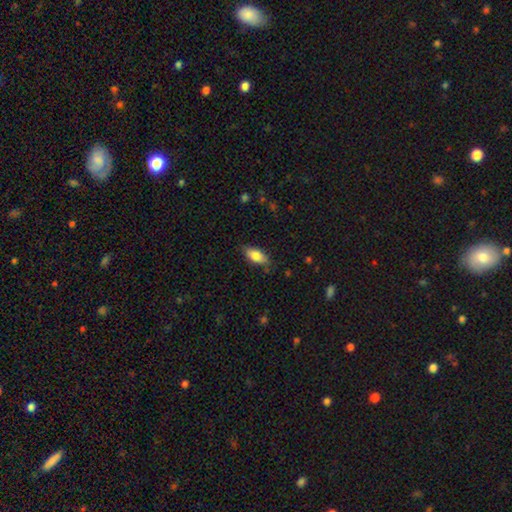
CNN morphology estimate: Smooth or featured? smooth (82%)
How rounded? in between (87%)
Merging? none (77%)